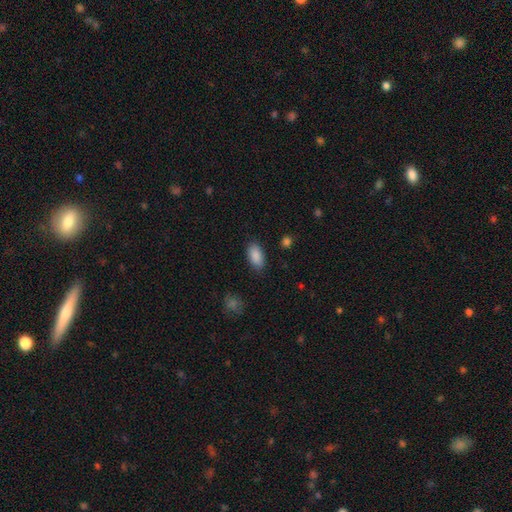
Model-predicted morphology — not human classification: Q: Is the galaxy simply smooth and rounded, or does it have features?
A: smooth — 89%.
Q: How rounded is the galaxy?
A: in between — 93%.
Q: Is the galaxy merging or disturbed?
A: none — 86%.